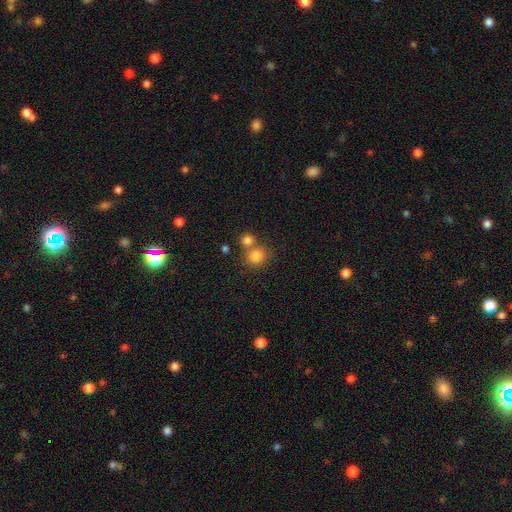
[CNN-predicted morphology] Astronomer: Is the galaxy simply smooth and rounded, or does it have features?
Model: smooth — 81%.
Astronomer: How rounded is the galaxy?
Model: round — 86%.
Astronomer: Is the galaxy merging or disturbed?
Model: none — 56% (runner-up: merger, 33%).